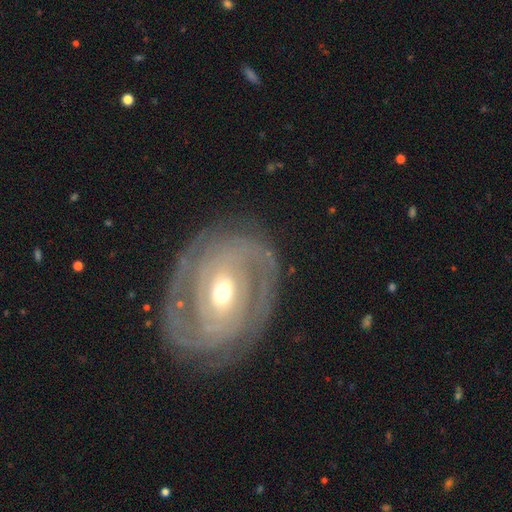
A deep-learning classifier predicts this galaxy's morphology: Smooth or featured? featured or disk (88%)
Edge-on disk? no (96%)
Bar? weak (42%)
Spiral arms? yes (94%)
Spiral winding? tight (73%)
Spiral arm count? 2 (46%)
Bulge size? moderate (66%)
Merging? none (80%)